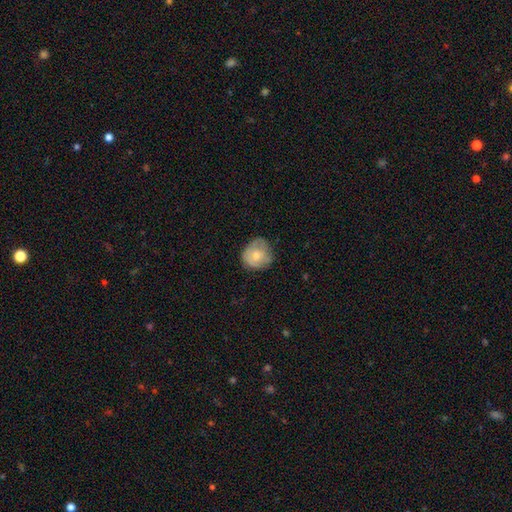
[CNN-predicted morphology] type=smooth (63%); roundness=round (82%); merging=none (63%).